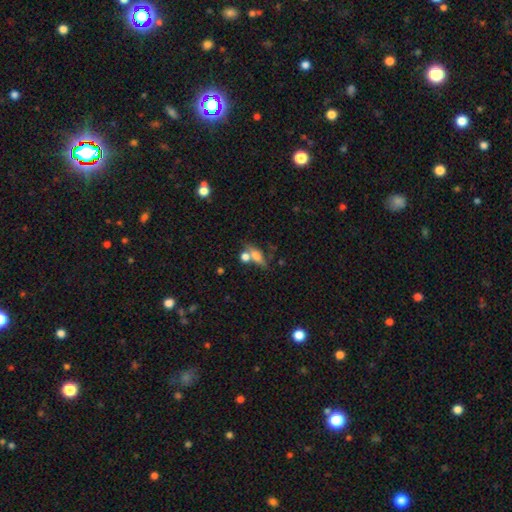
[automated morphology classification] The model was most divided on "merging": none: 47%, merger: 30%, minor disturbance: 14%, major disturbance: 8%. More confident: smooth or featured — smooth (57%); how rounded — in between (55%).